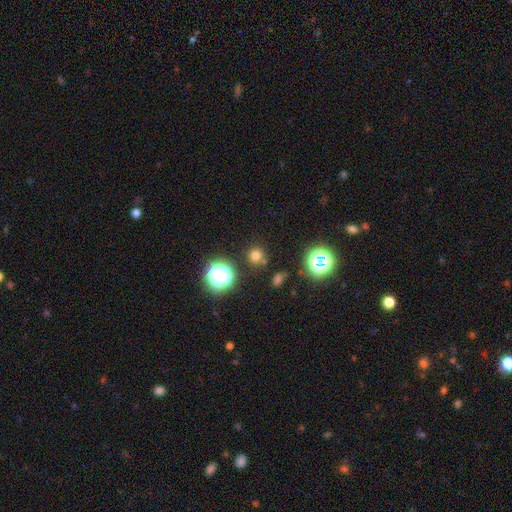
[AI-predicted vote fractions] This is likely a smooth galaxy (69%). How rounded: clearly round (93%). Merging: clearly none (84%).